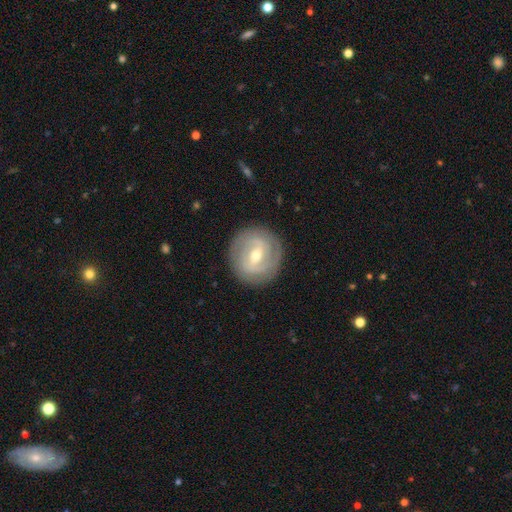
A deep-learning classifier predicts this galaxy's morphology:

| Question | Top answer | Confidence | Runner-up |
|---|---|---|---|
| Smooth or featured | featured or disk | 80% | smooth (15%) |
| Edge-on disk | no | 97% | yes (3%) |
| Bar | weak | 52% | strong (30%) |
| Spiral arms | yes | 90% | no (10%) |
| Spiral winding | tight | 62% | medium (30%) |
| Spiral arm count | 2 | 66% | can't tell (16%) |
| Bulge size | moderate | 56% | small (41%) |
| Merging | none | 87% | minor disturbance (9%) |